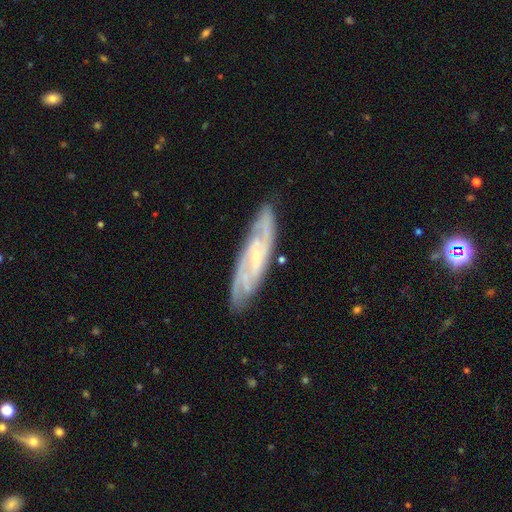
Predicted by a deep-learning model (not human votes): Morphology: type=featured or disk (83%); edge-on=no (79%); bar=weak (42%); spiral arms=yes (95%); winding=tight (52%); arm count=2 (37%); bulge=small (74%); merging=none (80%).